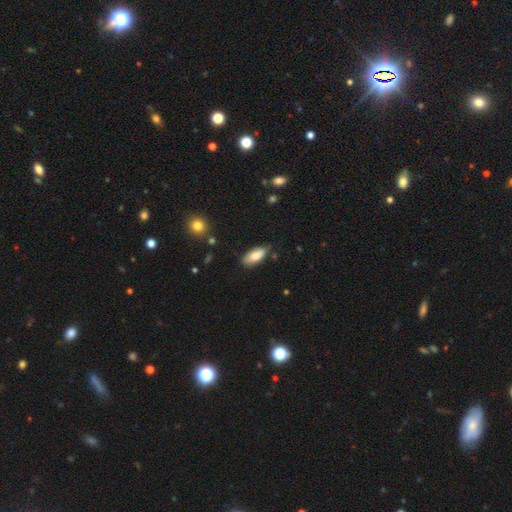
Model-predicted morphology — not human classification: smooth 81%, featured or disk 12%, star or artifact 6%. Down the decision tree: how rounded — in between (87%); merging — none (75%).